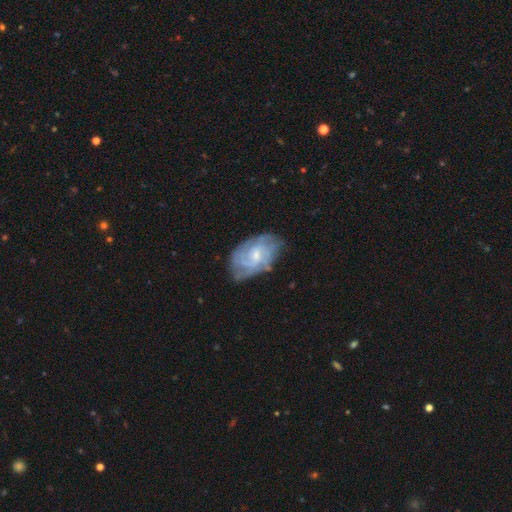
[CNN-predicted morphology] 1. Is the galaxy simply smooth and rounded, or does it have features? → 79% featured or disk, 15% smooth, 6% star or artifact.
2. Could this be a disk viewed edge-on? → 97% no, 3% yes.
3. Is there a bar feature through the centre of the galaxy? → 57% no, 38% weak, 5% strong.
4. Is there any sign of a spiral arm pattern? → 92% yes, 8% no.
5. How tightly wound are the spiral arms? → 52% tight, 37% medium, 10% loose.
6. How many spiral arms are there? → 38% can't tell, 21% 2, 20% 3, 12% 4, 5% more than 4, 5% 1.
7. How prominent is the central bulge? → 60% small, 33% moderate, 5% none, 2% large, 1% dominant.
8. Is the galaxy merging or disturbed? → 65% none, 25% minor disturbance, 9% major disturbance, 2% merger.